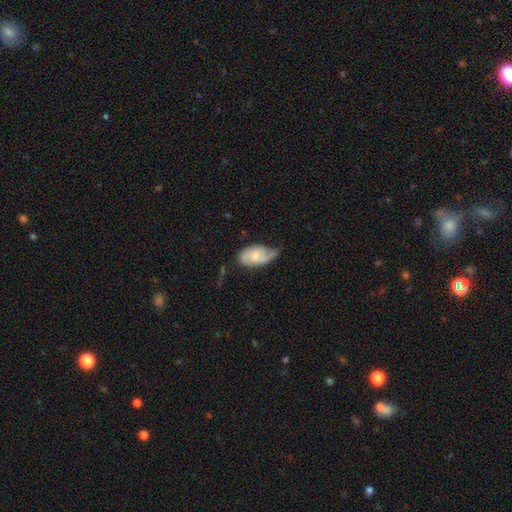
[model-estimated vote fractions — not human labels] smooth 50%, featured or disk 44%, star or artifact 6%. Down the decision tree: how rounded — in between (92%); merging — minor disturbance (46%).